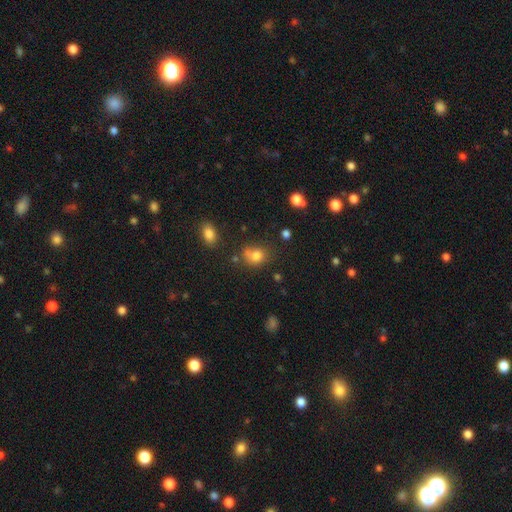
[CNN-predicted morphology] Smooth or featured? smooth (78%)
How rounded? round (59%)
Merging? none (55%)